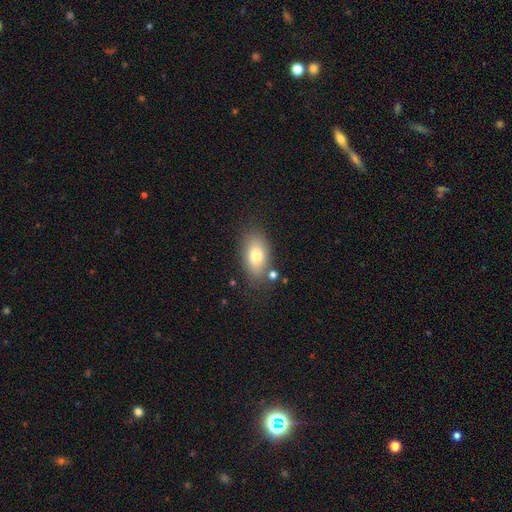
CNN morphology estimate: A smooth galaxy with no disk features (78%) that is in between round and cigar-shaped (90%). Merging: none (77%).